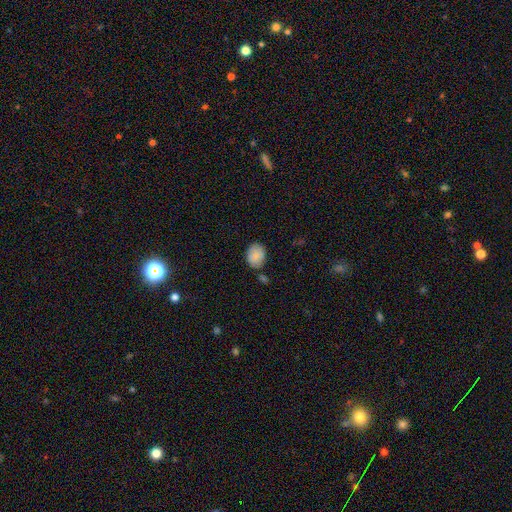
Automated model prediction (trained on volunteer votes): smooth_or_featured: smooth (p=0.87) [alt: star or artifact p=0.07]
how_rounded: in between (p=0.57) [alt: round p=0.42]
merging: none (p=0.71) [alt: minor disturbance p=0.17]